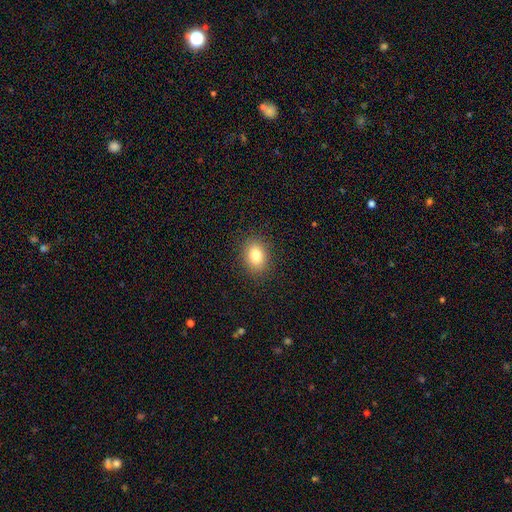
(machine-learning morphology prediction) This appears to be a smooth galaxy with no disk features (81%) that is in between round and cigar-shaped (60%). Merging: none (88%).